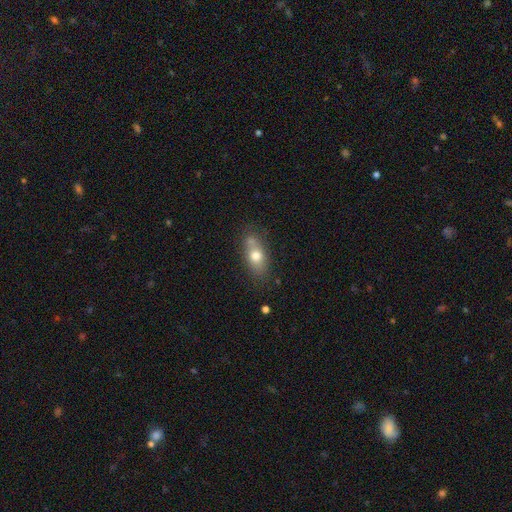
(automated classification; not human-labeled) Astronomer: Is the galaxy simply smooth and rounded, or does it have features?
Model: smooth — 70%.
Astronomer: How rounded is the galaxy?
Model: in between — 78%.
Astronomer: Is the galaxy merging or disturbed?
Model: none — 62%.